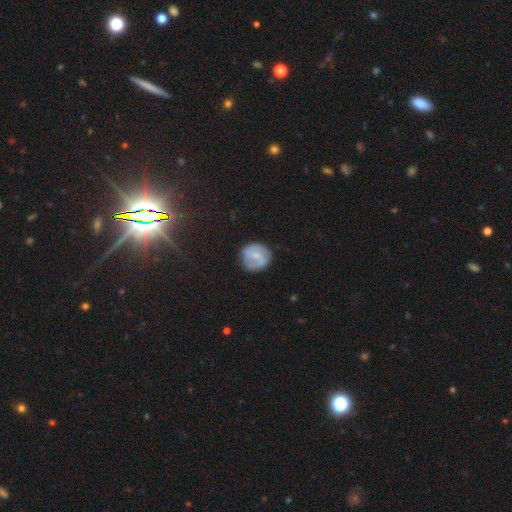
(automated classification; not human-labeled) The model was most divided on "smooth or featured": featured or disk: 60%, smooth: 34%, star or artifact: 7%. More confident: edge-on disk — no (97%); spiral arms — yes (81%); merging — none (81%); bulge size — small (59%); bar — weak (53%).